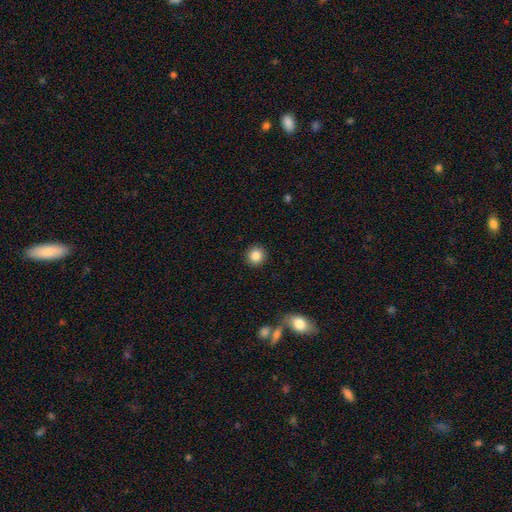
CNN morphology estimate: Q: Smooth or featured?
A: smooth (85%); runner-up: star or artifact (10%)
Q: How rounded?
A: round (94%); runner-up: in between (5%)
Q: Merging?
A: none (92%); runner-up: minor disturbance (5%)